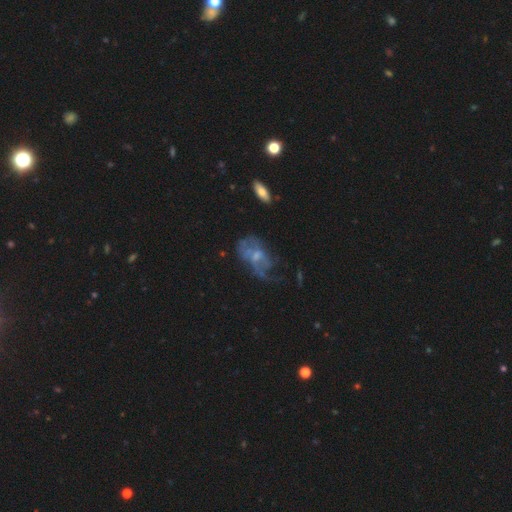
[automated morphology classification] The model was most divided on "merging": major disturbance: 40%, none: 34%, minor disturbance: 21%, merger: 6%. Remaining: edge-on disk — no (95%); smooth or featured — featured or disk (67%); bar — no (60%); spiral arms — yes (55%); bulge size — small (44%).